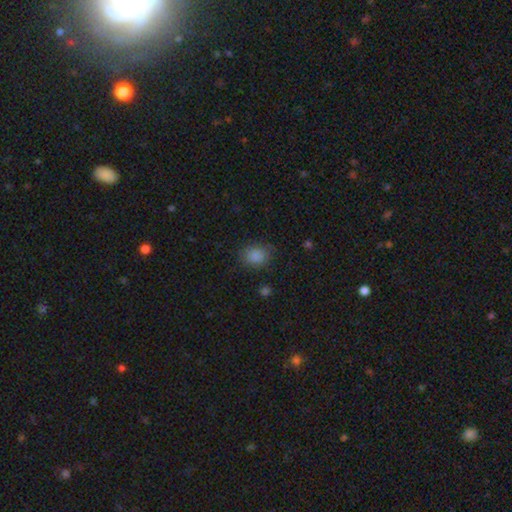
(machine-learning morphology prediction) Overall: smooth (85%). How rounded: round (54%; in between 45%). Merging: none (79%).